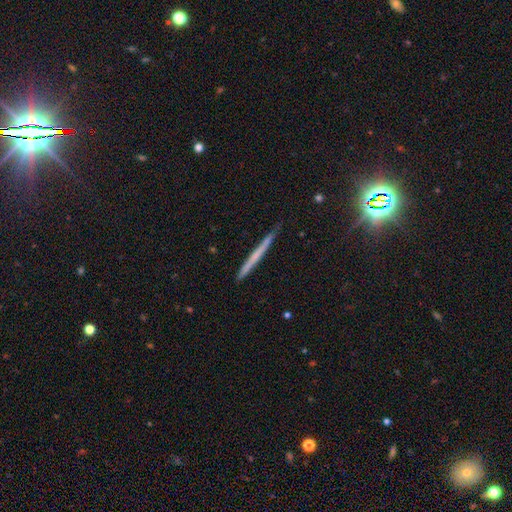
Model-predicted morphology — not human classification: smooth_or_featured: featured or disk (p=0.47) [alt: smooth p=0.44]
merging: none (p=0.89) [alt: minor disturbance p=0.08]